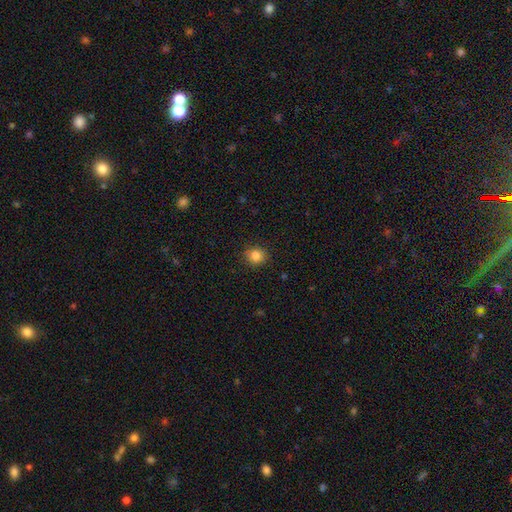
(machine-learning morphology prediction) smooth-or-featured: smooth: 85% | star or artifact: 11% | featured or disk: 4%
  how-rounded: round: 85% | in between: 14% | cigar-shaped: 1%
  merging: none: 89% | minor disturbance: 7% | major disturbance: 2% | merger: 1%